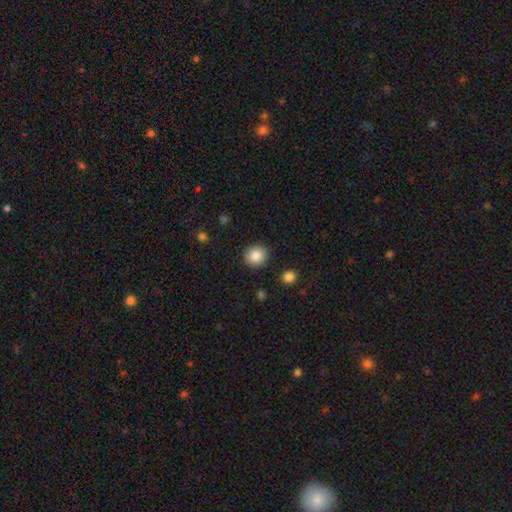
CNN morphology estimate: smooth-or-featured: smooth: 87% | star or artifact: 8% | featured or disk: 4%
  how-rounded: round: 84% | in between: 15% | cigar-shaped: 1%
  merging: none: 90% | minor disturbance: 6% | major disturbance: 2% | merger: 2%